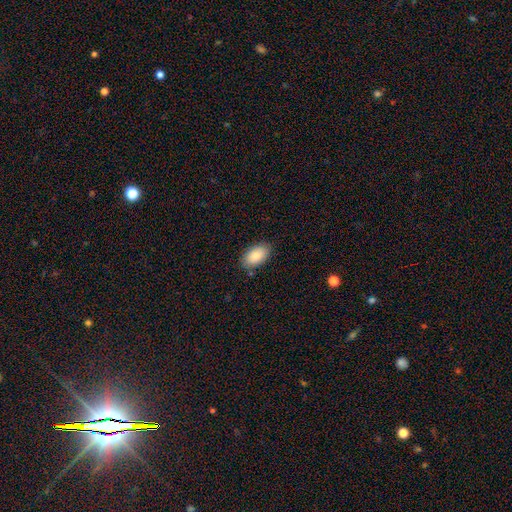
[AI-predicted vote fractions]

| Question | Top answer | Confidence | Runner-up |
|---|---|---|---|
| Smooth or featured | smooth | 86% | featured or disk (7%) |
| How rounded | in between | 94% | round (4%) |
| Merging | none | 84% | minor disturbance (12%) |